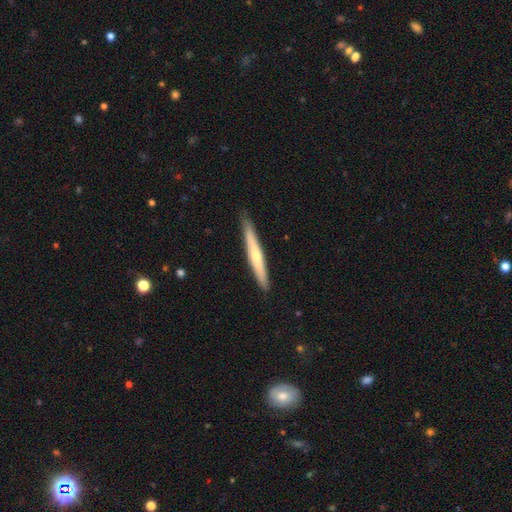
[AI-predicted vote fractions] Smooth or featured? Predicted: featured or disk (p=0.53). Edge-on disk? Predicted: yes (p=0.95). Merging? Predicted: none (p=0.89).